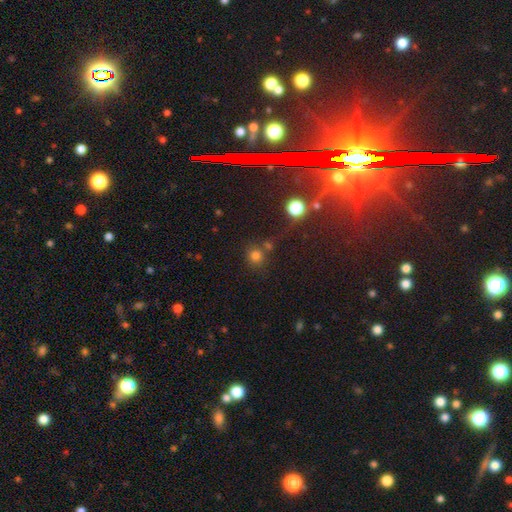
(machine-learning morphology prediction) Smooth or featured? Predicted: smooth (p=0.73). How rounded? Predicted: round (p=0.90). Merging? Predicted: none (p=0.67).